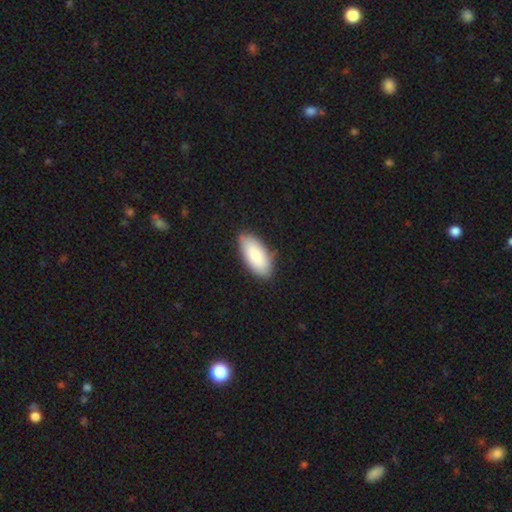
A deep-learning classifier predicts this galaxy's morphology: A smooth galaxy with no disk features (87%) that is in between round and cigar-shaped (90%). Merging: none (81%).